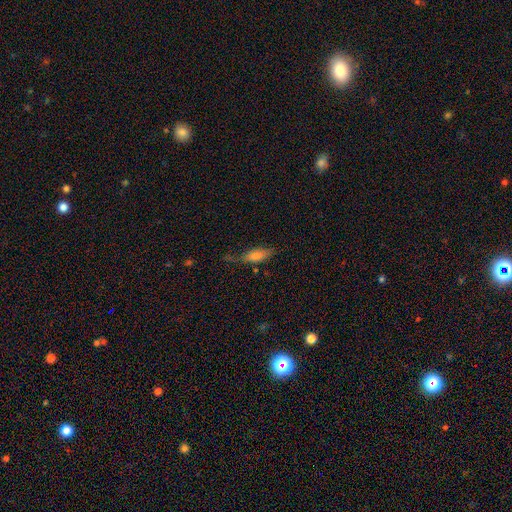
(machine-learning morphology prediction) Smooth or featured? smooth (68%)
How rounded? in between (58%)
Merging? none (65%)